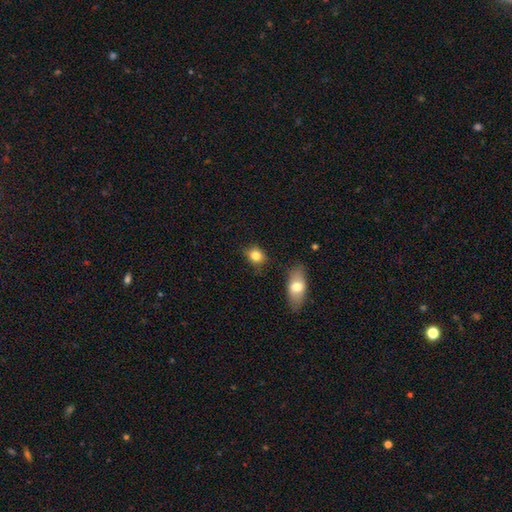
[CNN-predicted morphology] Overall: smooth (81%). How rounded: round (56%; in between 42%). Merging: none (75%).